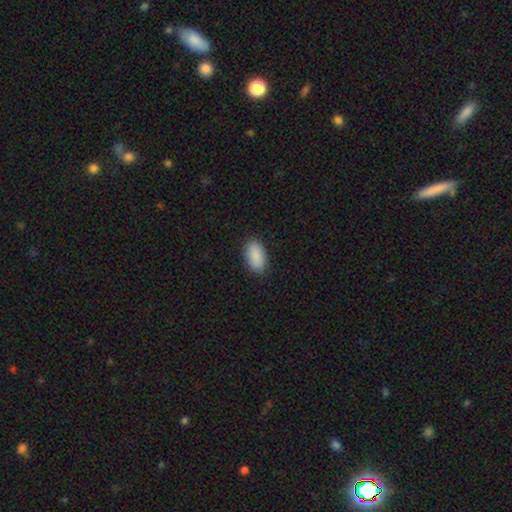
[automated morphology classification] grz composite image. It shows a smooth galaxy with no disk features (89%) that is in between round and cigar-shaped (94%). Merging: none (87%).